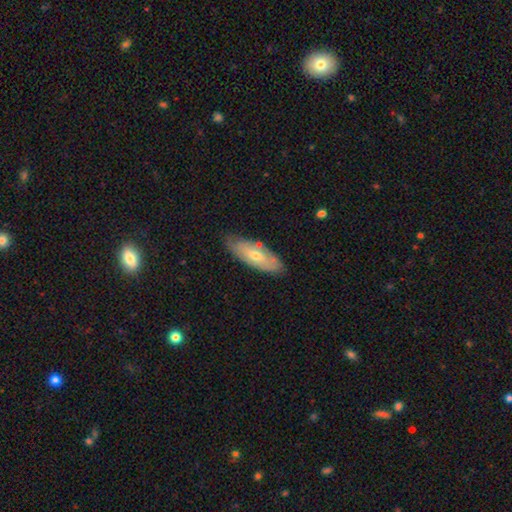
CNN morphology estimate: featured or disk 51%, smooth 42%, star or artifact 8%. Down the decision tree: edge-on disk — no (70%); merging — none (83%).